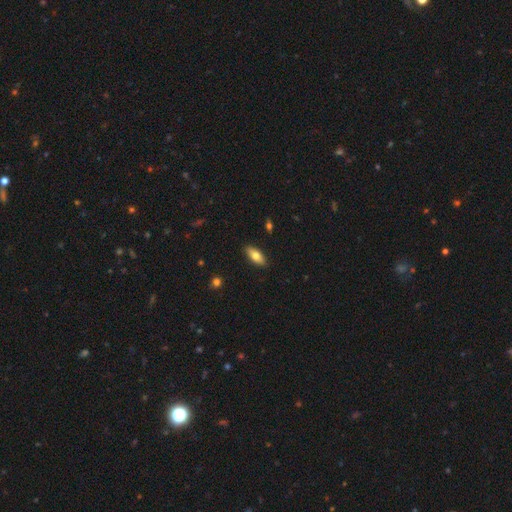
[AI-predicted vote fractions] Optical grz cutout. It shows a smooth galaxy with no disk features (73%) that is in between round and cigar-shaped (80%). Merging: none (88%).